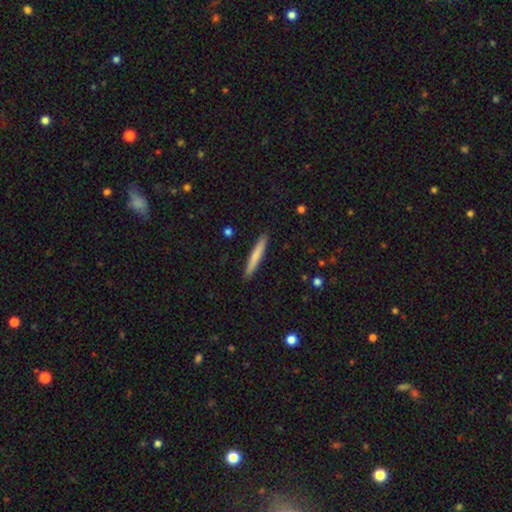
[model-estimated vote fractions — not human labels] Smooth or featured? smooth (74%)
How rounded? cigar-shaped (95%)
Merging? none (91%)